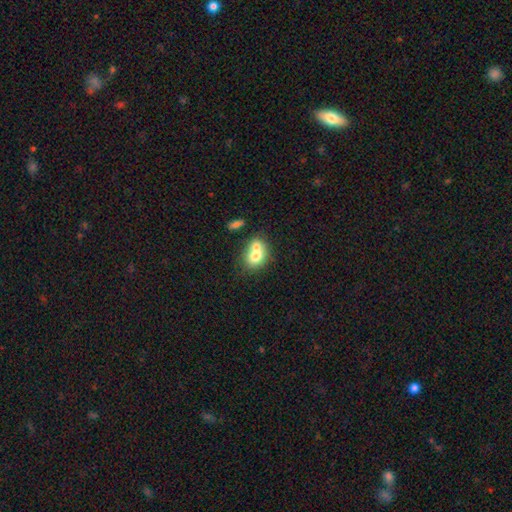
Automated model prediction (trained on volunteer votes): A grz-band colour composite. It shows a smooth galaxy with no disk features (70%) that is round (50%). Merging: merger (60%).